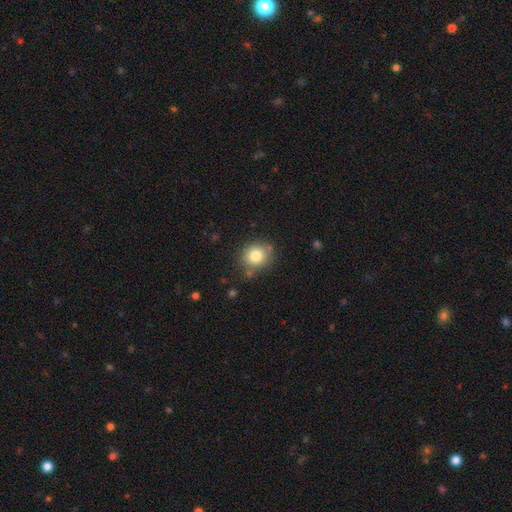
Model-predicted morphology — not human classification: smooth-or-featured: smooth: 80% | star or artifact: 11% | featured or disk: 9%
  how-rounded: round: 77% | in between: 22% | cigar-shaped: 1%
  merging: none: 79% | minor disturbance: 13% | merger: 4% | major disturbance: 4%